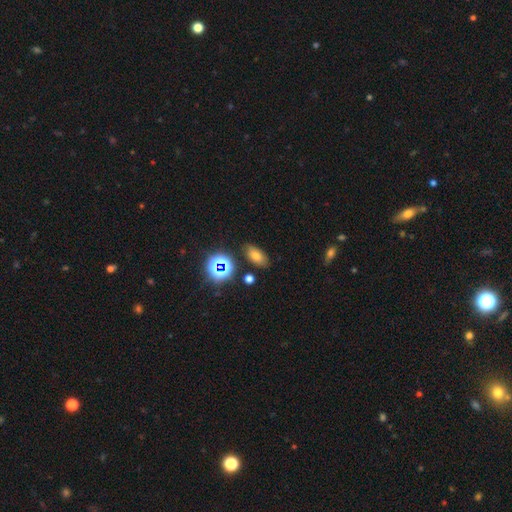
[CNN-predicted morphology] The model was most divided on "smooth or featured": smooth: 66%, star or artifact: 23%, featured or disk: 11%. More confident: how rounded — in between (86%); merging — none (84%).